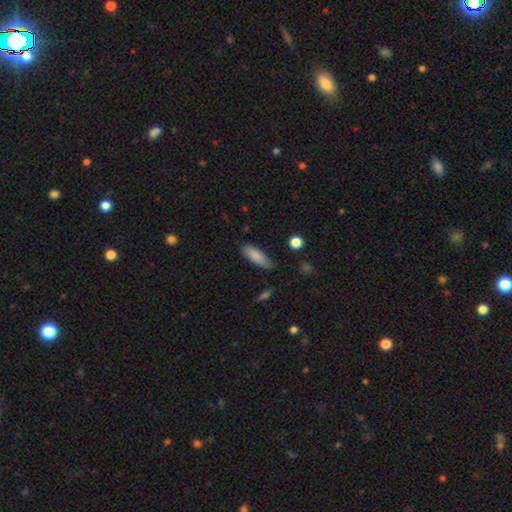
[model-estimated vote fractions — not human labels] Overall: smooth (85%). How rounded: in between (64%; cigar-shaped 35%). Merging: none (79%).